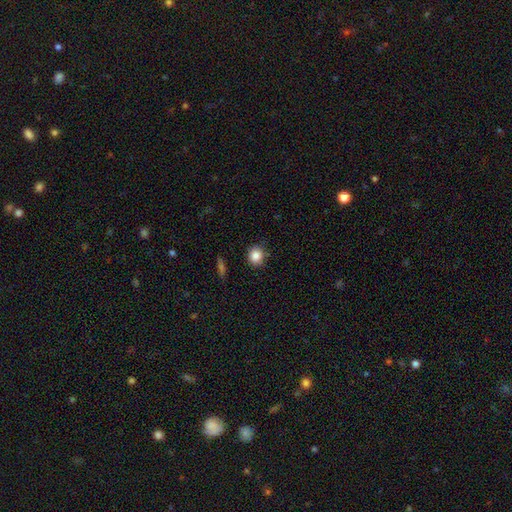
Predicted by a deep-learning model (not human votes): smooth_or_featured: smooth (p=0.86) [alt: star or artifact p=0.10]
how_rounded: round (p=0.80) [alt: in between p=0.19]
merging: none (p=0.85) [alt: minor disturbance p=0.11]